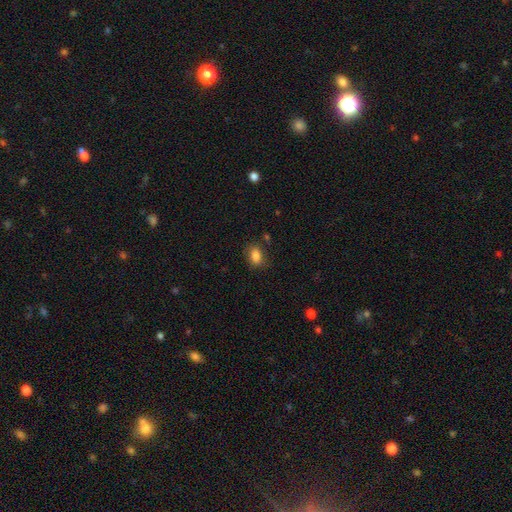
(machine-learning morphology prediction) A smooth galaxy with no disk features (84%) that is in between round and cigar-shaped (84%). Merging: none (76%).